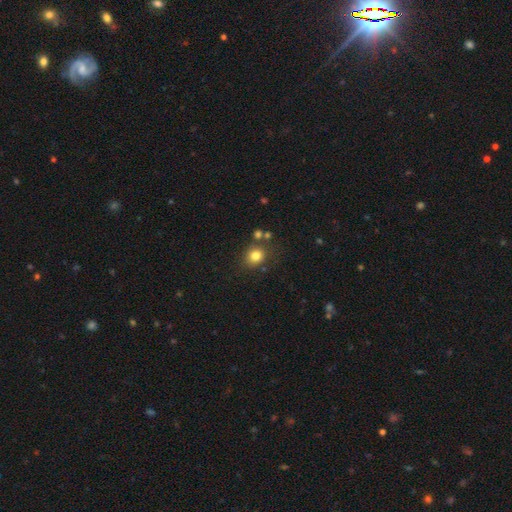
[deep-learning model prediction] Q: Smooth or featured?
A: smooth (80%); runner-up: star or artifact (13%)
Q: How rounded?
A: round (76%); runner-up: in between (23%)
Q: Merging?
A: none (74%); runner-up: minor disturbance (12%)